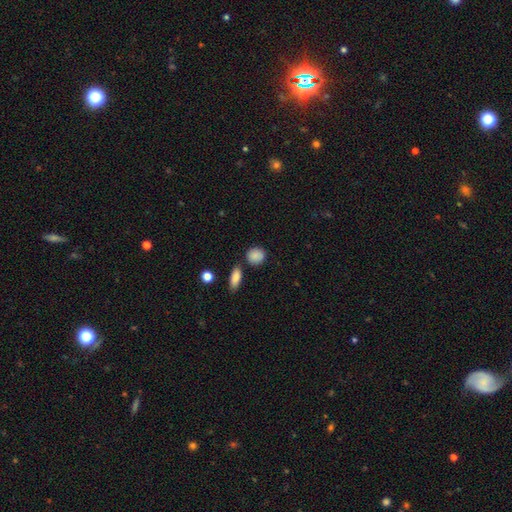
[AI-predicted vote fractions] Morphology: type=smooth (87%); roundness=round (75%); merging=none (79%).